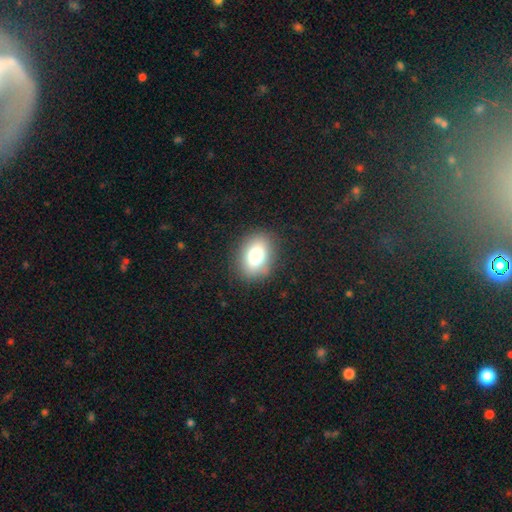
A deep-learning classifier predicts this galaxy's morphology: smooth-or-featured: smooth: 76% | featured or disk: 13% | star or artifact: 11%
  how-rounded: in between: 68% | round: 30% | cigar-shaped: 1%
  merging: none: 86% | minor disturbance: 10% | major disturbance: 4% | merger: 1%